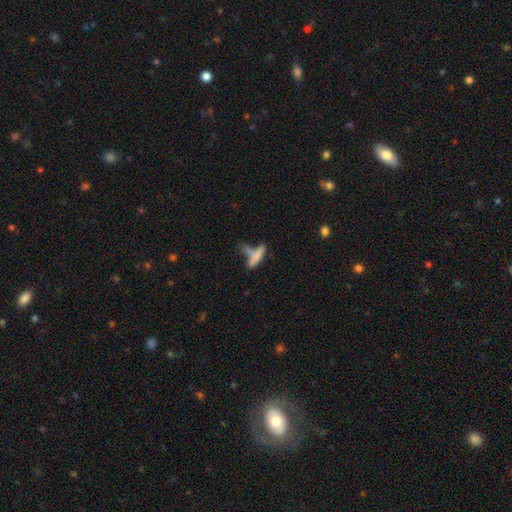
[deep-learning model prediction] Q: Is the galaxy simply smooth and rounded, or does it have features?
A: smooth — 66%.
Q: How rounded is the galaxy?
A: cigar-shaped — 72%.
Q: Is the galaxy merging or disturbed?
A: merger — 37%.